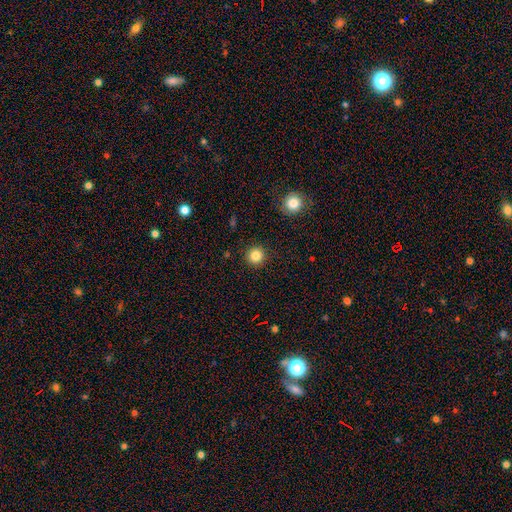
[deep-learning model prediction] Smooth or featured: smooth — 85% (star or artifact — 11%)
How rounded: round — 95% (in between — 4%)
Merging: none — 92% (minor disturbance — 5%)